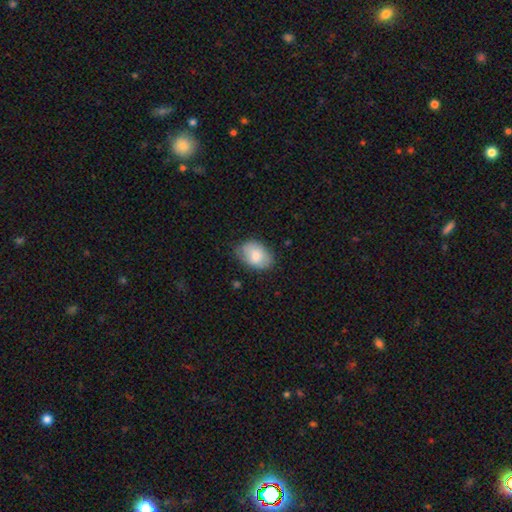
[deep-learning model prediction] smooth_or_featured: smooth (p=0.79) [alt: featured or disk p=0.15]
how_rounded: in between (p=0.86) [alt: round p=0.13]
merging: none (p=0.75) [alt: minor disturbance p=0.20]